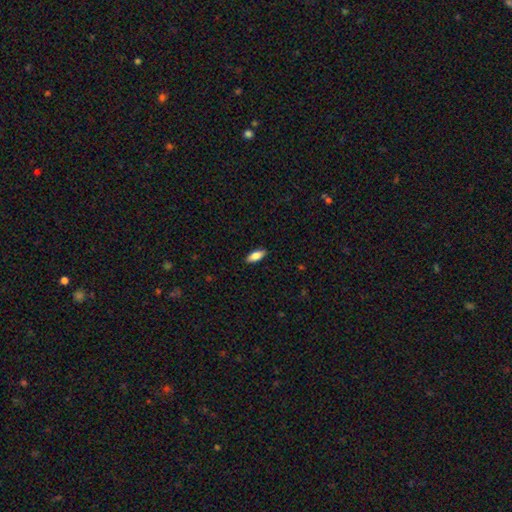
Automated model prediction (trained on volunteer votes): Smooth or featured: smooth — 83% (featured or disk — 11%)
How rounded: in between — 79% (cigar-shaped — 19%)
Merging: none — 89% (minor disturbance — 8%)